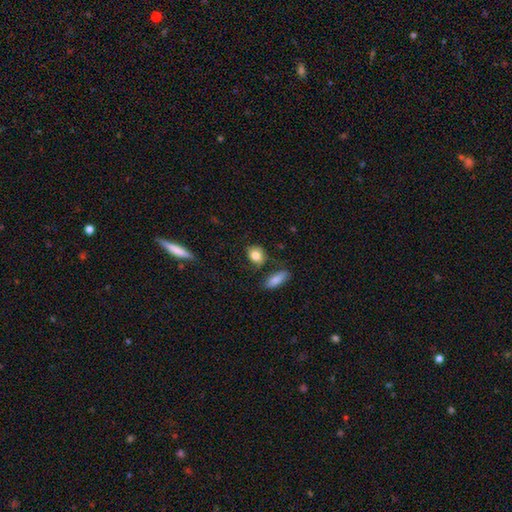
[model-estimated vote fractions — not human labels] Q: Smooth or featured?
A: smooth (82%); runner-up: featured or disk (10%)
Q: How rounded?
A: in between (56%); runner-up: round (42%)
Q: Merging?
A: none (66%); runner-up: minor disturbance (19%)